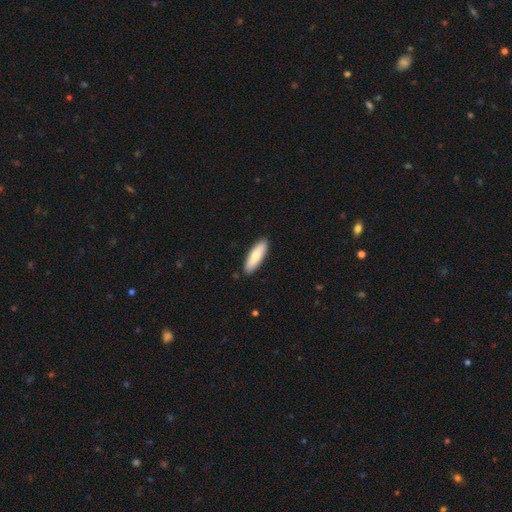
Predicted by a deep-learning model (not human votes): Morphology: type=smooth (80%); roundness=cigar-shaped (54%); merging=none (90%).